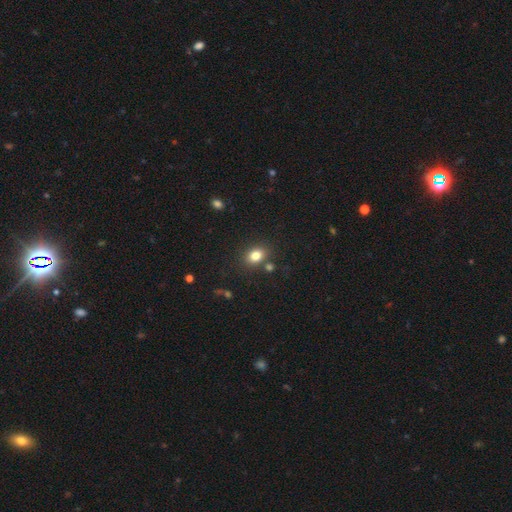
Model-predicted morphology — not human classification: Smooth or featured?
  - smooth: 81% *
  - star or artifact: 12%
  - featured or disk: 7%
How rounded?
  - in between: 58% *
  - round: 40%
  - cigar-shaped: 1%
Merging?
  - none: 79% *
  - minor disturbance: 10%
  - merger: 7%
  - major disturbance: 3%